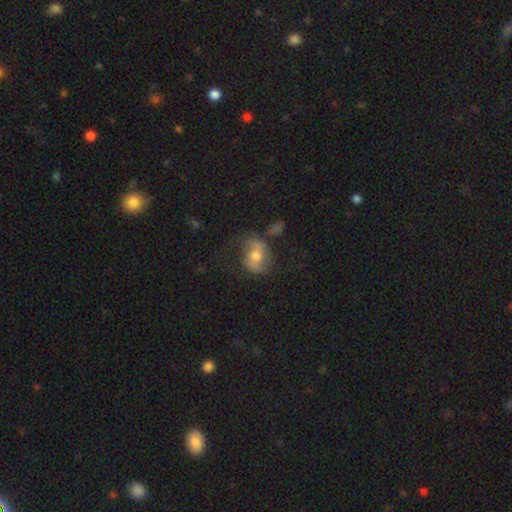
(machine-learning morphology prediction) Smooth or featured?
  - featured or disk: 51% *
  - smooth: 40%
  - star or artifact: 9%
Edge-on disk?
  - no: 94% *
  - yes: 6%
Merging?
  - none: 59% *
  - minor disturbance: 23%
  - major disturbance: 13%
  - merger: 5%